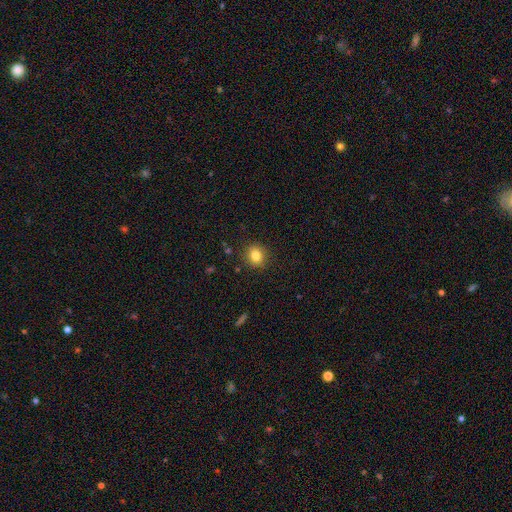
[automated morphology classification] Smooth or featured? smooth (83%)
How rounded? round (70%)
Merging? none (88%)